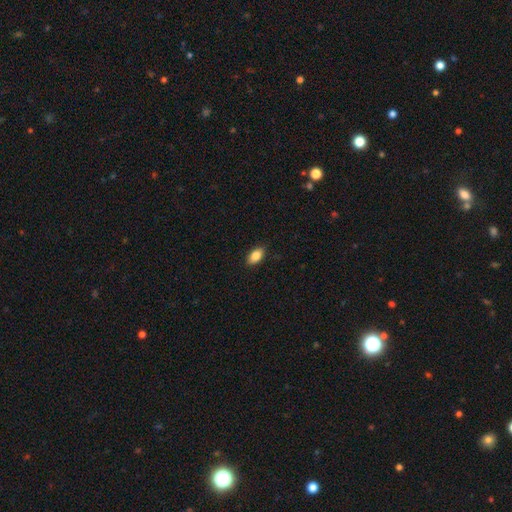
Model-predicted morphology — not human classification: Smooth or featured: smooth — 86% (star or artifact — 7%)
How rounded: in between — 91% (round — 5%)
Merging: none — 88% (minor disturbance — 9%)